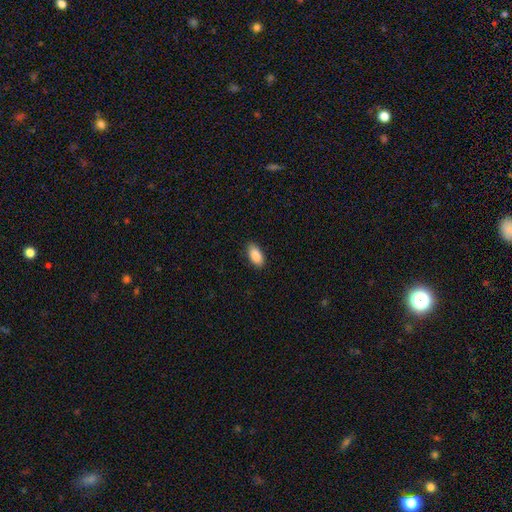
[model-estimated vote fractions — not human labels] This appears to be a smooth galaxy with no disk features (90%) that is in between round and cigar-shaped (92%). Merging: none (87%).